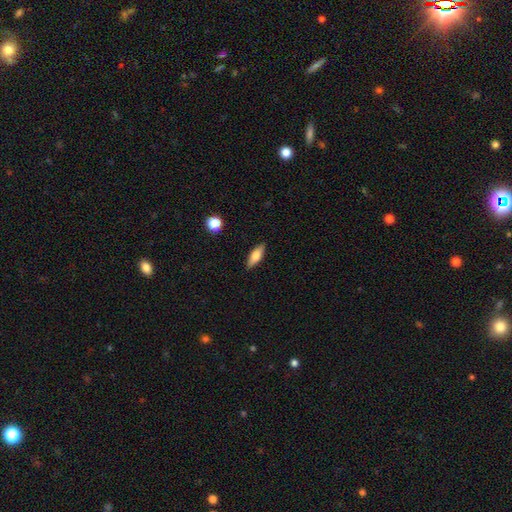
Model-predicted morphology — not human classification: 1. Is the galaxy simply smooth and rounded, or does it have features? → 72% smooth, 21% featured or disk, 7% star or artifact.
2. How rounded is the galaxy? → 65% in between, 32% cigar-shaped, 3% round.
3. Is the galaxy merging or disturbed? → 88% none, 9% minor disturbance, 2% major disturbance, 1% merger.